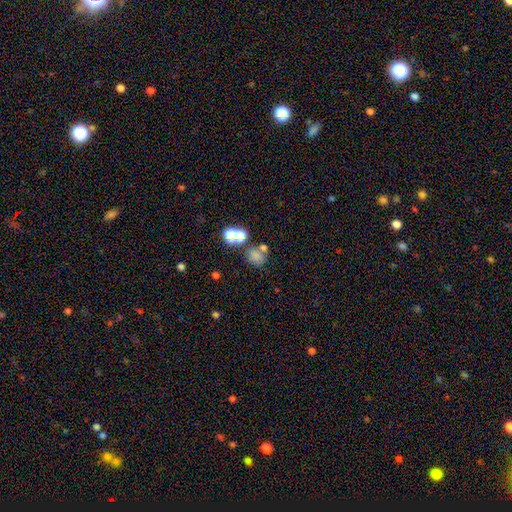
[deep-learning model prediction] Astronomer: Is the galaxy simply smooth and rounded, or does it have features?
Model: smooth — 66%.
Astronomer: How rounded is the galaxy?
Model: round — 70%.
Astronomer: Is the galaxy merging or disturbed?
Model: none — 48% (runner-up: merger, 33%).